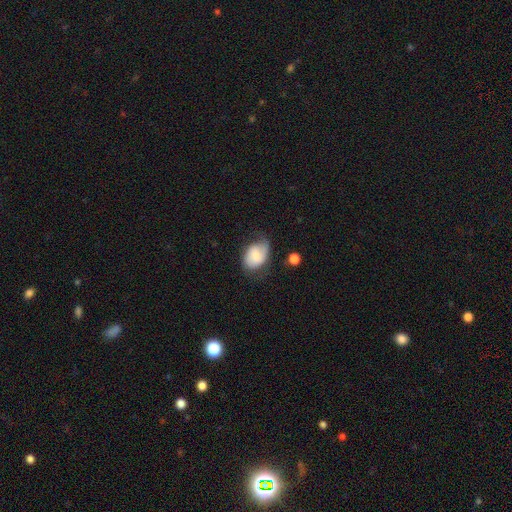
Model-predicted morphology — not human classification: The model was most divided on "merging": none: 49%, minor disturbance: 34%, major disturbance: 15%, merger: 3%. More confident: how rounded — in between (77%); smooth or featured — smooth (56%).